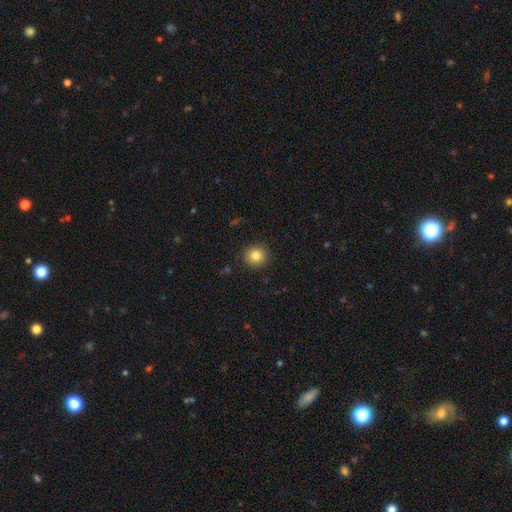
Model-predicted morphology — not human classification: Smooth or featured? Predicted: smooth (p=0.83). How rounded? Predicted: round (p=0.90). Merging? Predicted: none (p=0.90).